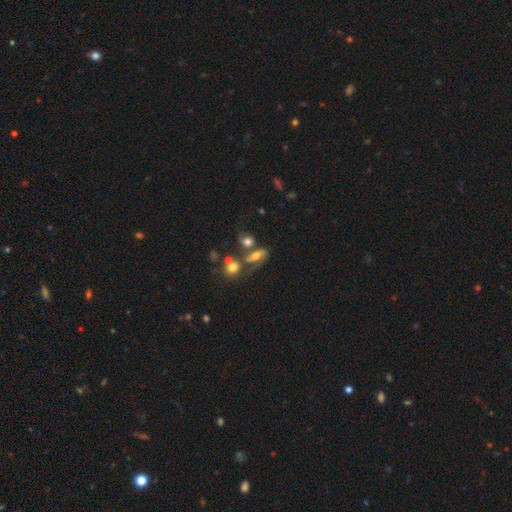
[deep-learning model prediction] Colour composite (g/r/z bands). It shows a smooth galaxy with no disk features (45%). Merging: none (35%).